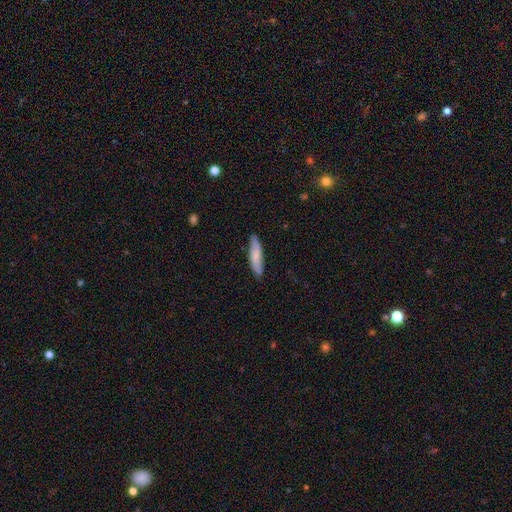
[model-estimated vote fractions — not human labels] smooth 73%, featured or disk 22%, star or artifact 5%. Down the decision tree: how rounded — cigar-shaped (75%); merging — none (82%).